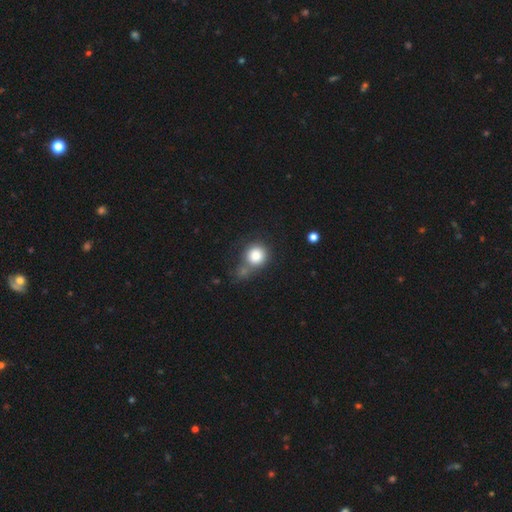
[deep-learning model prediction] Smooth or featured? smooth (84%)
How rounded? round (87%)
Merging? none (51%)